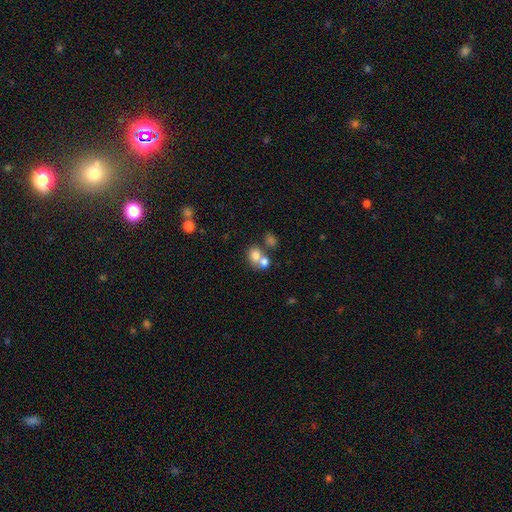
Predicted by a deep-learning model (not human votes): The model was most divided on "merging": merger: 52%, none: 35%, minor disturbance: 8%, major disturbance: 5%. More confident: smooth or featured — smooth (73%); how rounded — round (60%).